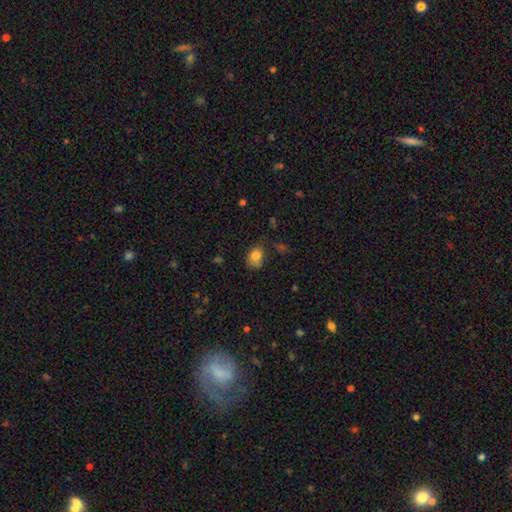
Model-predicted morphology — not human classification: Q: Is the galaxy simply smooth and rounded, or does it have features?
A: smooth — 81%.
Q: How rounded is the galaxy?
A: in between — 54%.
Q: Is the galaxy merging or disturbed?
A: none — 46%.